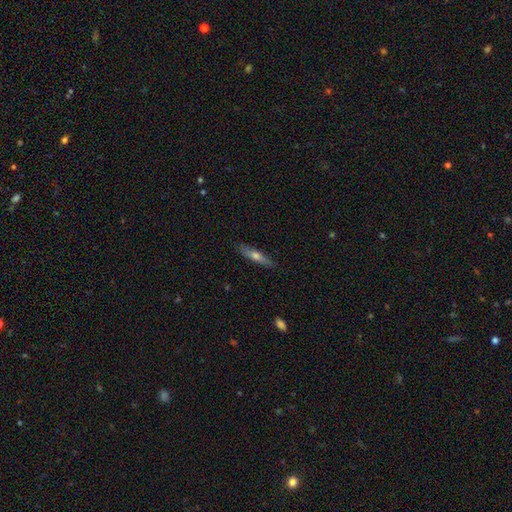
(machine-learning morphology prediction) smooth-or-featured: featured or disk: 49% | smooth: 44% | star or artifact: 7%
  merging: none: 87% | minor disturbance: 10% | major disturbance: 2% | merger: 1%